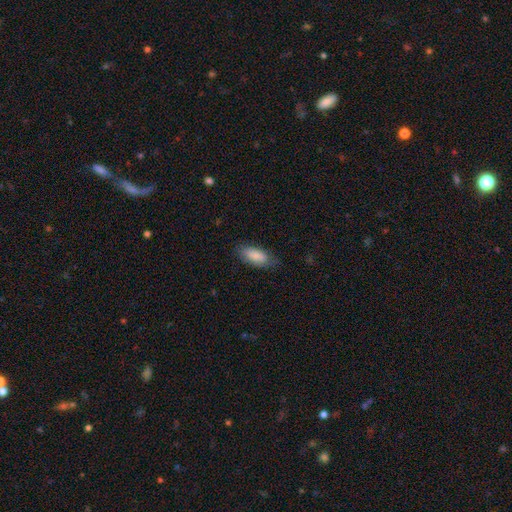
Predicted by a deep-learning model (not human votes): smooth 85%, featured or disk 9%, star or artifact 6%. Down the decision tree: how rounded — in between (83%); merging — none (74%).